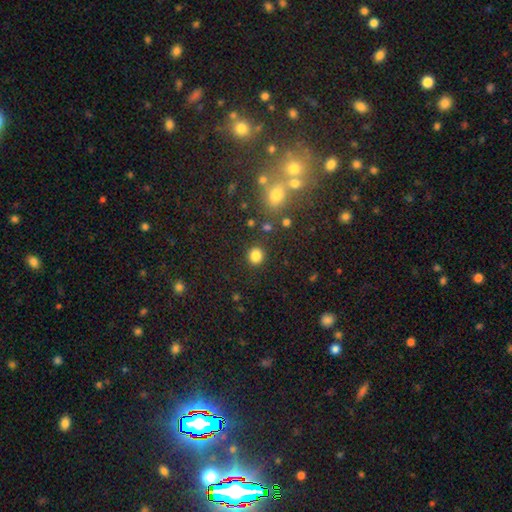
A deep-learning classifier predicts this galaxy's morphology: This appears to be a smooth galaxy with no disk features (83%) that is round (85%). Merging: none (87%).